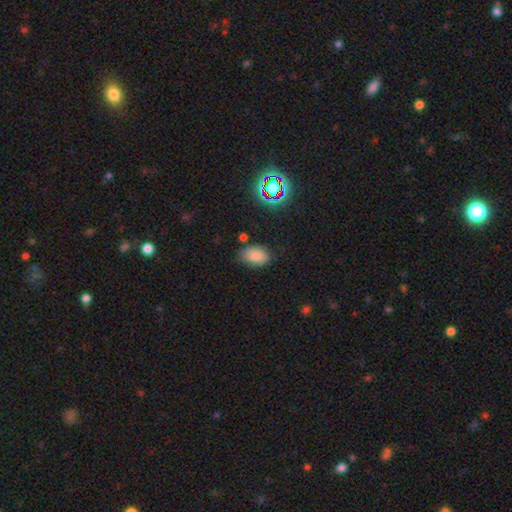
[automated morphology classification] A smooth galaxy with no disk features (80%) that is in between round and cigar-shaped (88%).

Vote fractions:
- Smooth or featured? smooth: 80% / star or artifact: 13% / featured or disk: 7%
- How rounded? in between: 88% / round: 10% / cigar-shaped: 1%
- Merging? none: 73% / minor disturbance: 19% / major disturbance: 4% / merger: 3%